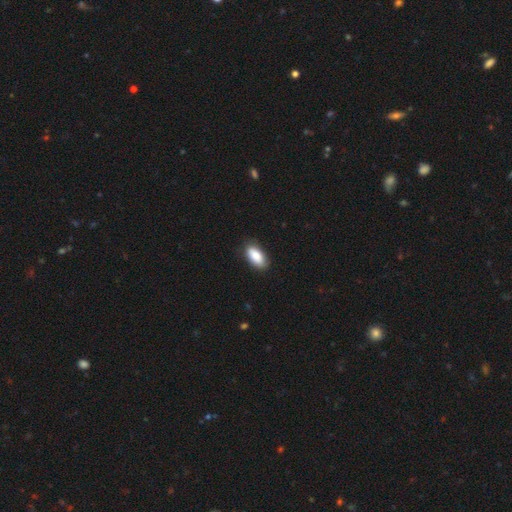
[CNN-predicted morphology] Smooth or featured? smooth (87%)
How rounded? in between (91%)
Merging? none (83%)